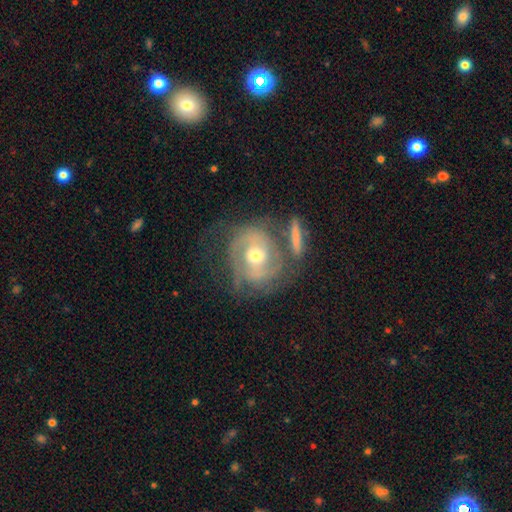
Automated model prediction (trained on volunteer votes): Smooth or featured? Predicted: featured or disk (p=0.82). Edge-on disk? Predicted: no (p=0.96). Bar? Predicted: no (p=0.51). Spiral arms? Predicted: yes (p=0.90). Spiral winding? Predicted: tight (p=0.55). Spiral arm count? Predicted: 2 (p=0.45). Bulge size? Predicted: moderate (p=0.61). Merging? Predicted: none (p=0.53).